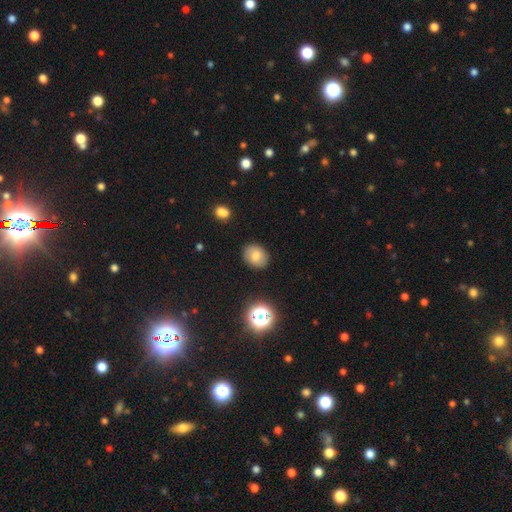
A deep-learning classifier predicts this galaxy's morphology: A smooth galaxy with no disk features (78%) that is round (52%). Merging: none (86%).